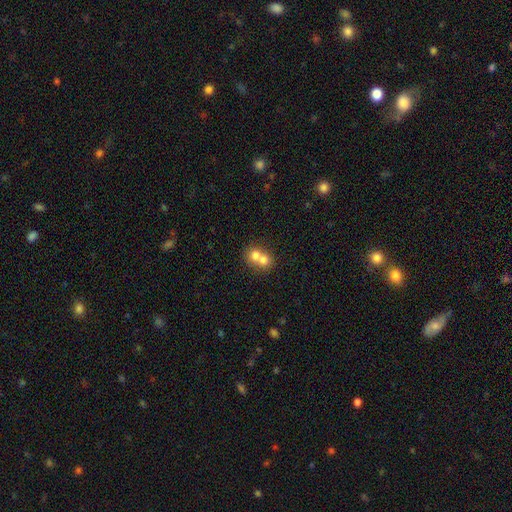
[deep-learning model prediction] This appears to be a smooth galaxy with no disk features (70%) that is round (72%). Merging: merger (70%).